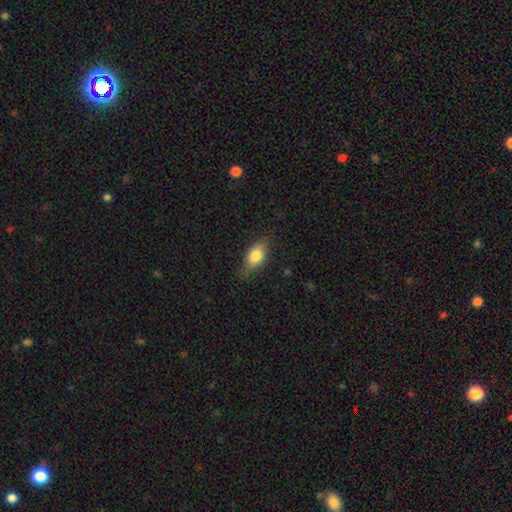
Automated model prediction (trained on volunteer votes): This is likely a smooth galaxy (78%). How rounded: clearly in between (83%). Merging: likely none (75%).